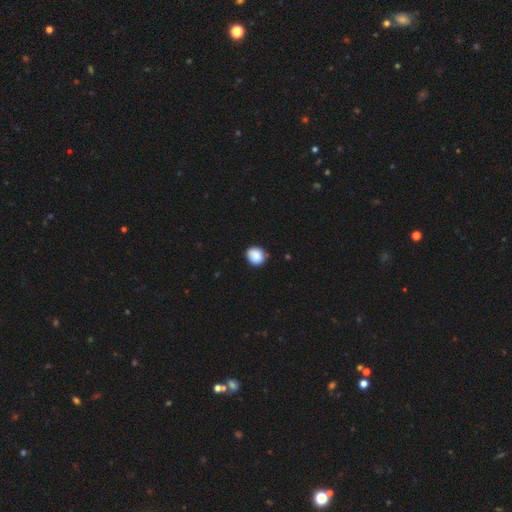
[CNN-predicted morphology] type=smooth (88%); roundness=round (80%); merging=none (82%).